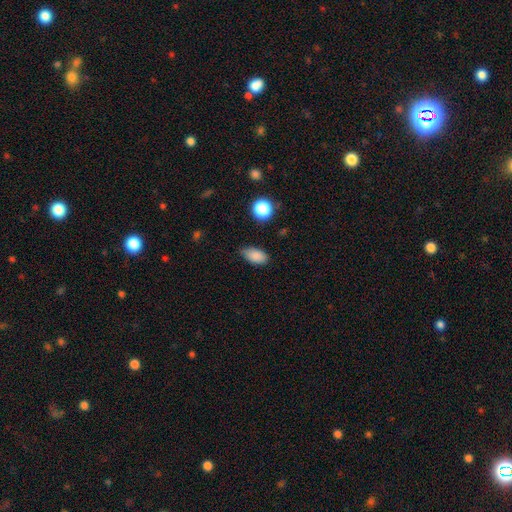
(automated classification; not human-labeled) A smooth galaxy with no disk features (85%) that is in between round and cigar-shaped (89%).

Vote fractions:
- Smooth or featured? smooth: 85% / star or artifact: 10% / featured or disk: 5%
- How rounded? in between: 89% / round: 7% / cigar-shaped: 4%
- Merging? none: 70% / minor disturbance: 24% / major disturbance: 4% / merger: 2%